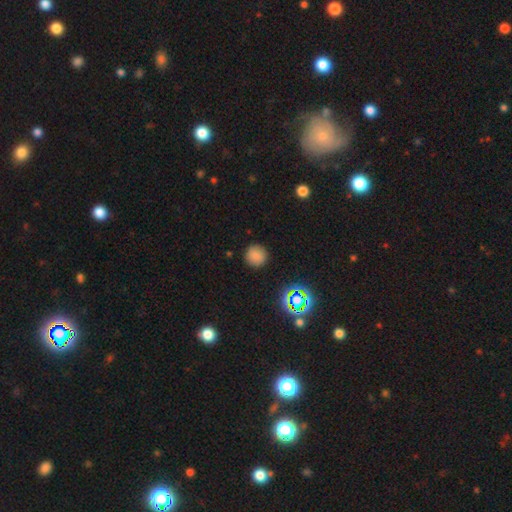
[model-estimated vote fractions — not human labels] This is likely a smooth galaxy (79%). How rounded: clearly round (94%). Merging: clearly none (90%).